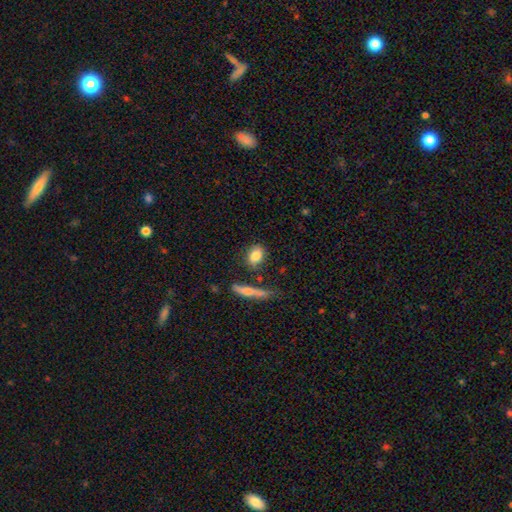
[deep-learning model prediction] Smooth or featured: smooth — 82% (featured or disk — 11%)
How rounded: in between — 62% (round — 31%)
Merging: none — 74% (minor disturbance — 15%)